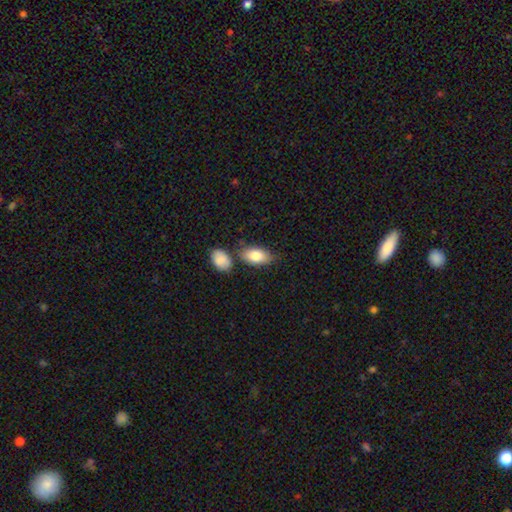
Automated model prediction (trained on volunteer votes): A smooth galaxy with no disk features (84%) that is in between round and cigar-shaped (93%). Merging: none (66%).